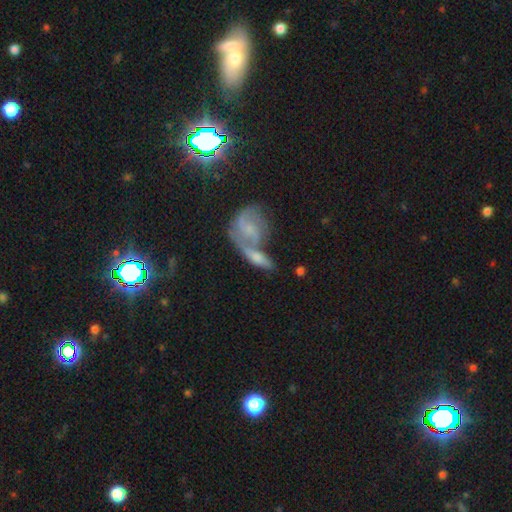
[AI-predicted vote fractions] The model was most divided on "smooth or featured": featured or disk: 52%, smooth: 32%, star or artifact: 16%. More confident: edge-on disk — no (76%); merging — merger (55%).